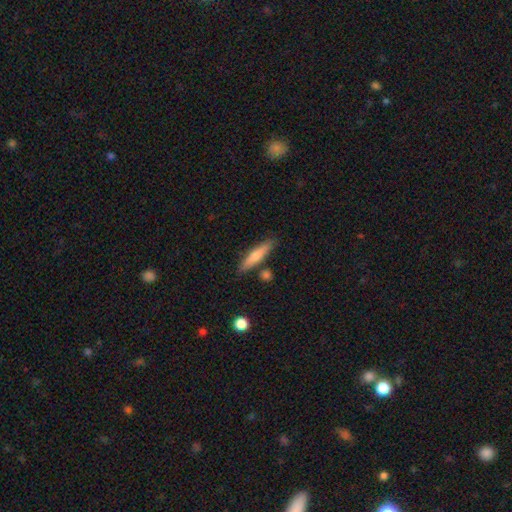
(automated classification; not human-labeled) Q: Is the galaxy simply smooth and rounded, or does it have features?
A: smooth — 62%.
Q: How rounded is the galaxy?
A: cigar-shaped — 86%.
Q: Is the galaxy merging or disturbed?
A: none — 83%.